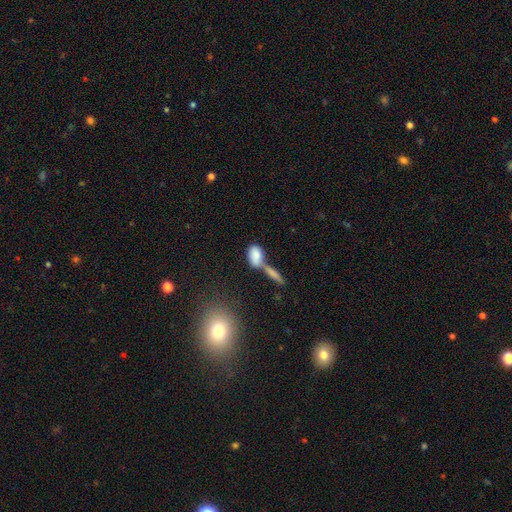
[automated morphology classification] This appears to be a smooth galaxy with no disk features (80%) that is in between round and cigar-shaped (85%). Merging: merger (53%).